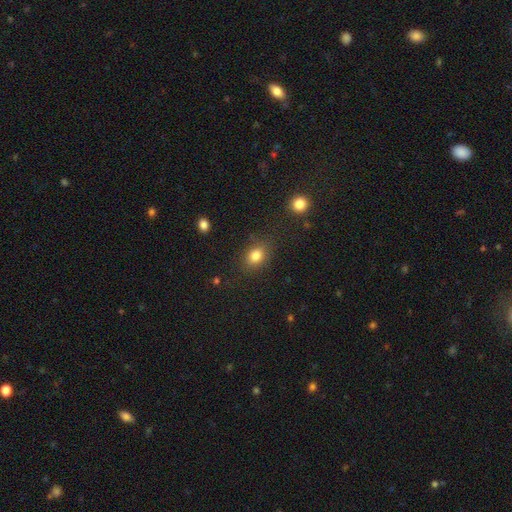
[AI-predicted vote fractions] Smooth or featured?
  - smooth: 83% *
  - star or artifact: 11%
  - featured or disk: 6%
How rounded?
  - in between: 61% *
  - round: 38%
  - cigar-shaped: 1%
Merging?
  - none: 79% *
  - minor disturbance: 14%
  - major disturbance: 5%
  - merger: 2%